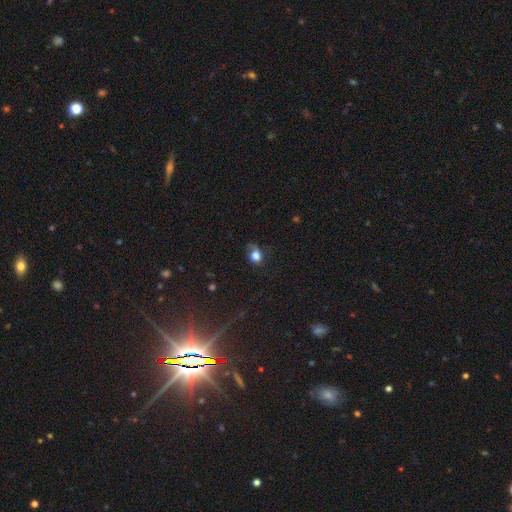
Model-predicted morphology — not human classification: This appears to be a smooth galaxy with no disk features (74%) that is round (66%). Merging: none (43%).